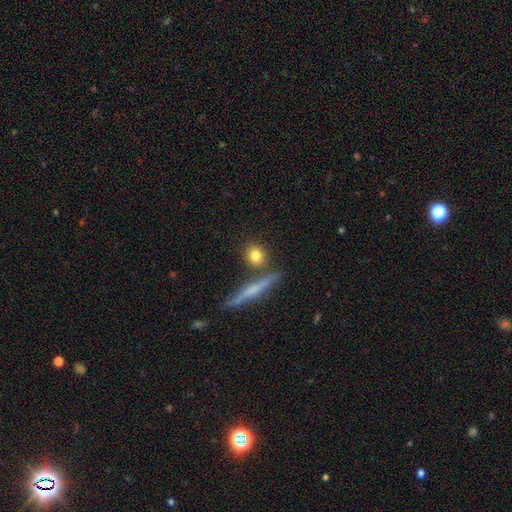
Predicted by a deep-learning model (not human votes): smooth_or_featured: smooth (p=0.79) [alt: featured or disk p=0.12]
how_rounded: round (p=0.75) [alt: in between p=0.16]
merging: none (p=0.78) [alt: merger p=0.10]